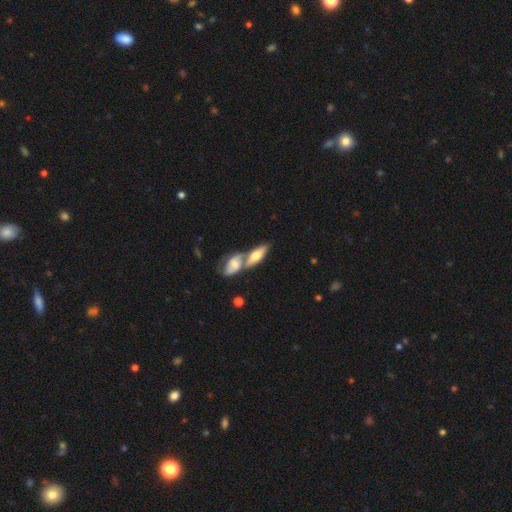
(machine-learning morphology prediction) smooth_or_featured: smooth (p=0.54) [alt: featured or disk p=0.40]
how_rounded: in between (p=0.71) [alt: cigar-shaped p=0.25]
merging: merger (p=0.62) [alt: none p=0.26]